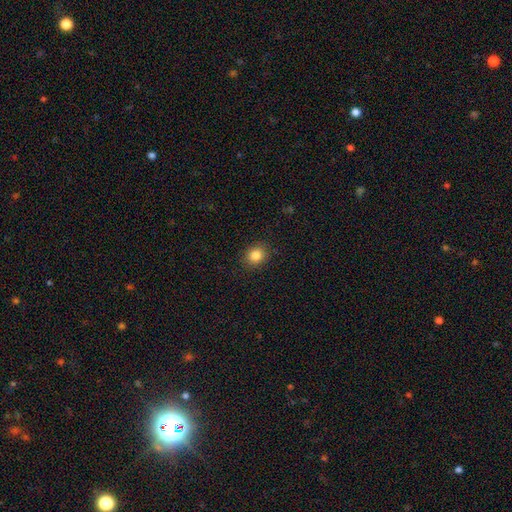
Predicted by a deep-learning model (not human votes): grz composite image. It shows a smooth galaxy with no disk features (84%) that is round (69%). Merging: none (89%).